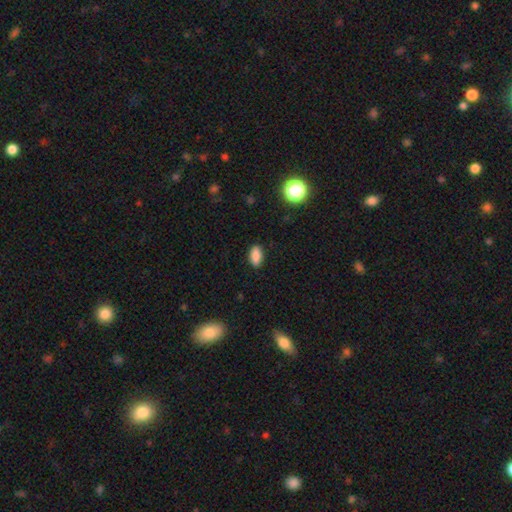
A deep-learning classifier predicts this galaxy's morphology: Smooth or featured? Predicted: smooth (p=0.87). How rounded? Predicted: in between (p=0.90). Merging? Predicted: none (p=0.88).